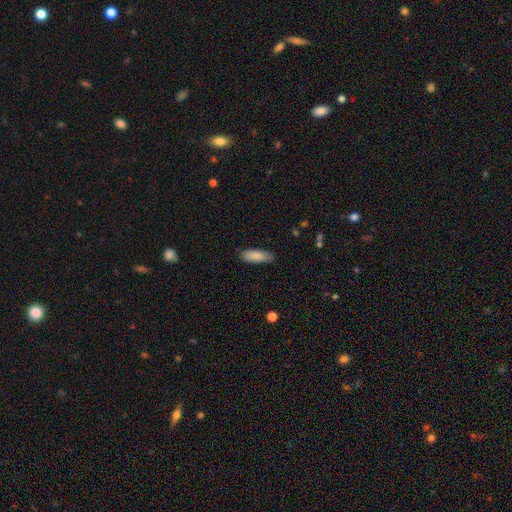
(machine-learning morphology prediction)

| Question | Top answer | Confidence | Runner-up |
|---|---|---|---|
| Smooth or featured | smooth | 87% | featured or disk (7%) |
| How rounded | in between | 61% | cigar-shaped (38%) |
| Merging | none | 84% | minor disturbance (13%) |